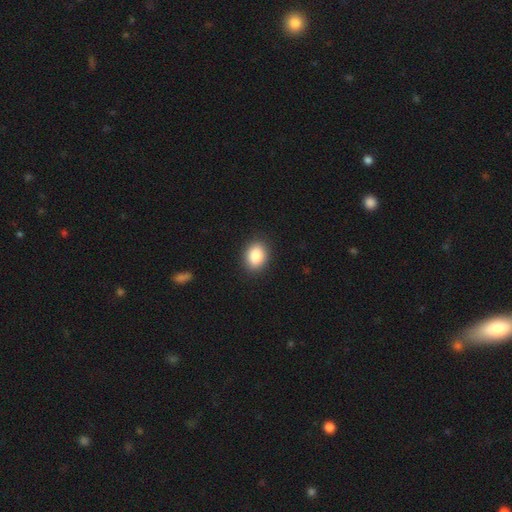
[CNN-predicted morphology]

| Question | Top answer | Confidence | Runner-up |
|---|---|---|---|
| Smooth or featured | smooth | 87% | star or artifact (8%) |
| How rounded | in between | 64% | round (35%) |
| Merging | none | 89% | minor disturbance (8%) |